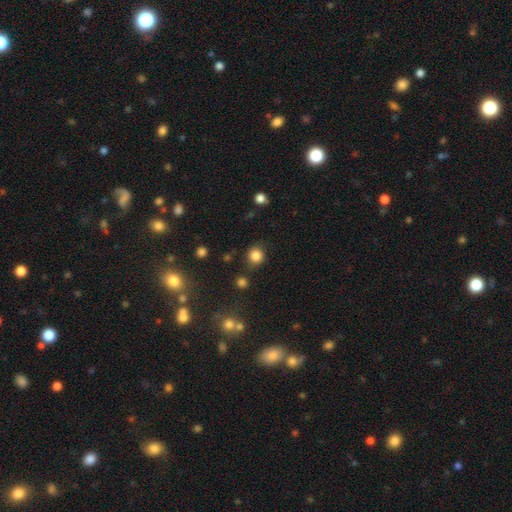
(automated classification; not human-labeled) The model was most divided on "smooth or featured": smooth: 84%, star or artifact: 12%, featured or disk: 4%. More confident: how rounded — round (89%); merging — none (84%).